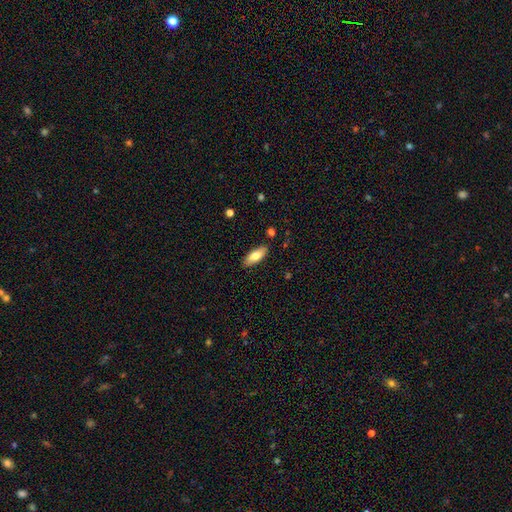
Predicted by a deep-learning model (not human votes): Q: Smooth or featured?
A: smooth (76%); runner-up: featured or disk (18%)
Q: How rounded?
A: in between (75%); runner-up: cigar-shaped (23%)
Q: Merging?
A: none (86%); runner-up: minor disturbance (10%)